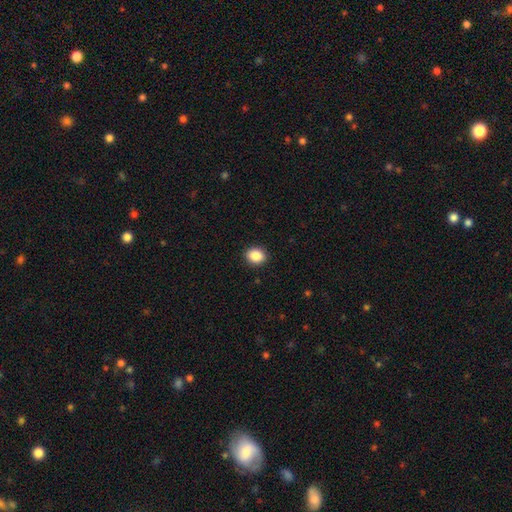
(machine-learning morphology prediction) type=smooth (88%); roundness=round (59%); merging=none (91%).